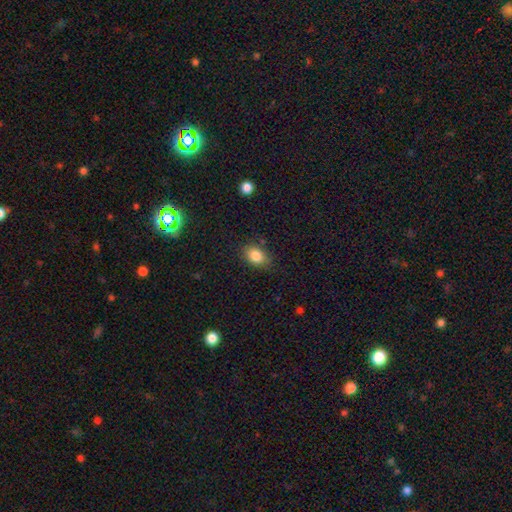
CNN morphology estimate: A smooth galaxy with no disk features (84%) that is in between round and cigar-shaped (78%). Merging: none (80%).